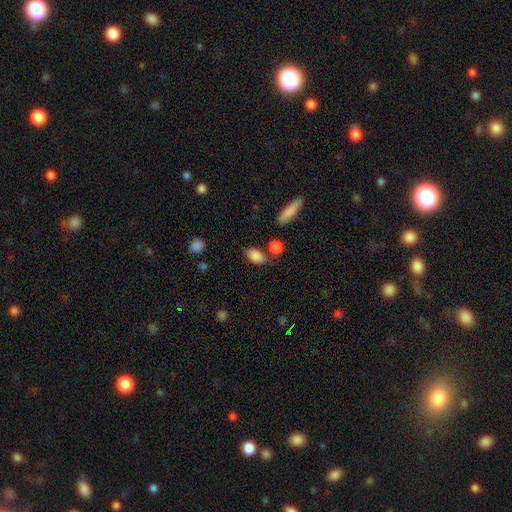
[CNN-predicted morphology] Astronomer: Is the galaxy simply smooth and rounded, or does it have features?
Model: smooth — 86%.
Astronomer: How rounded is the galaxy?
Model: in between — 88%.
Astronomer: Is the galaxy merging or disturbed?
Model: none — 66%.